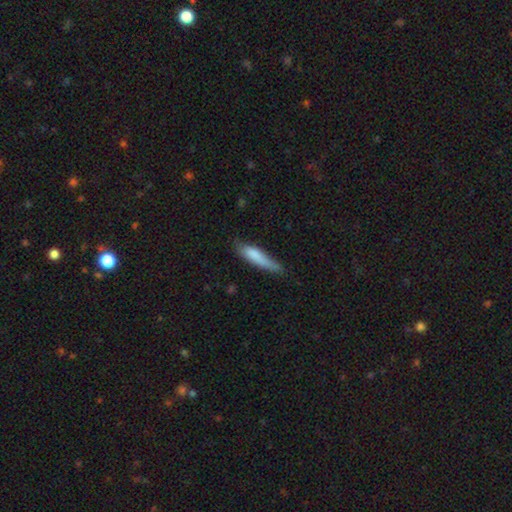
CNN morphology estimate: A smooth galaxy with no disk features (77%) that is cigar-shaped (78%).

Vote fractions:
- Smooth or featured? smooth: 77% / featured or disk: 17% / star or artifact: 6%
- How rounded? cigar-shaped: 78% / in between: 20% / round: 2%
- Merging? none: 54% / minor disturbance: 34% / major disturbance: 10% / merger: 3%